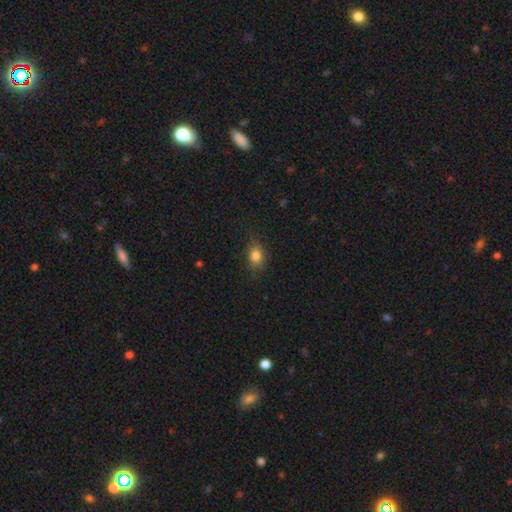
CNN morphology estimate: This is clearly a smooth galaxy (83%). How rounded: likely in between (62%). Merging: likely none (78%).